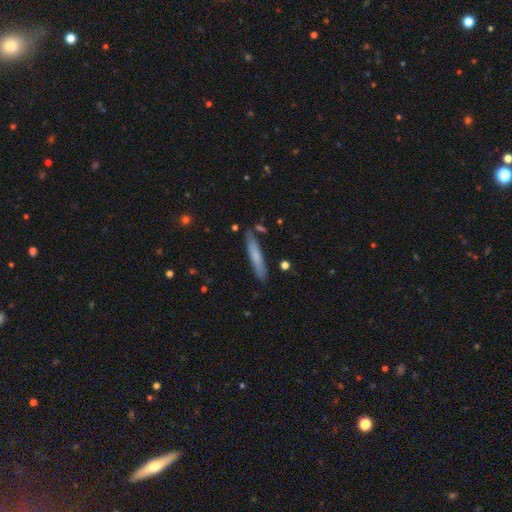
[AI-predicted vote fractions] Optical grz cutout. It shows a smooth galaxy with no disk features (69%) that is cigar-shaped (92%). Merging: none (82%).